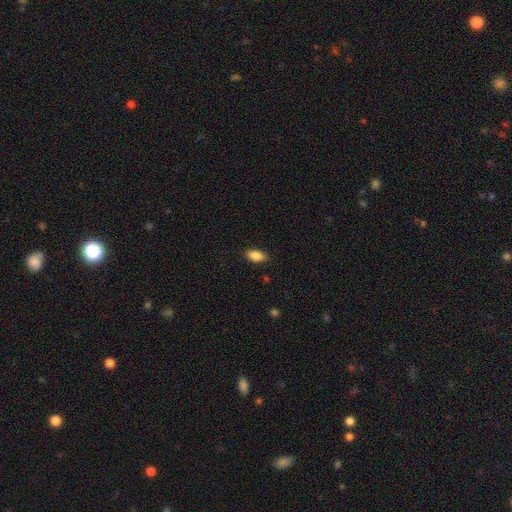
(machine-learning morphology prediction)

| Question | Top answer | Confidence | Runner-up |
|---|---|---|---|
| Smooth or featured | smooth | 86% | star or artifact (7%) |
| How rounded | in between | 90% | cigar-shaped (7%) |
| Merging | none | 87% | minor disturbance (9%) |